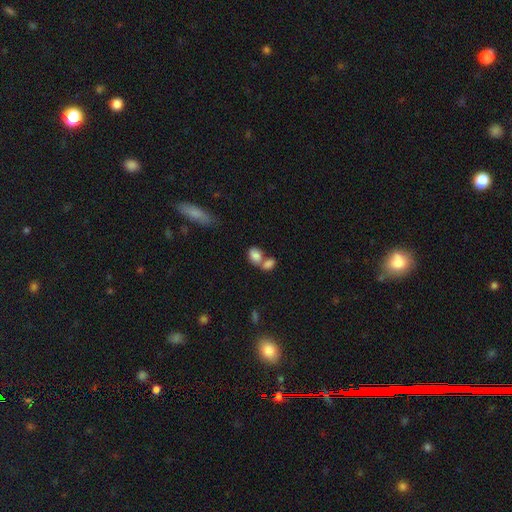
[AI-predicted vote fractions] Overall: smooth (82%). How rounded: in between (73%). Merging: merger (51%; none 35%).